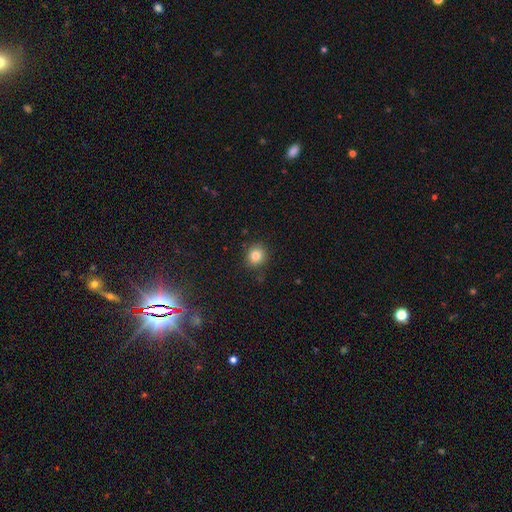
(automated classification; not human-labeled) This is clearly a smooth galaxy (82%). How rounded: clearly round (84%). Merging: clearly none (87%).